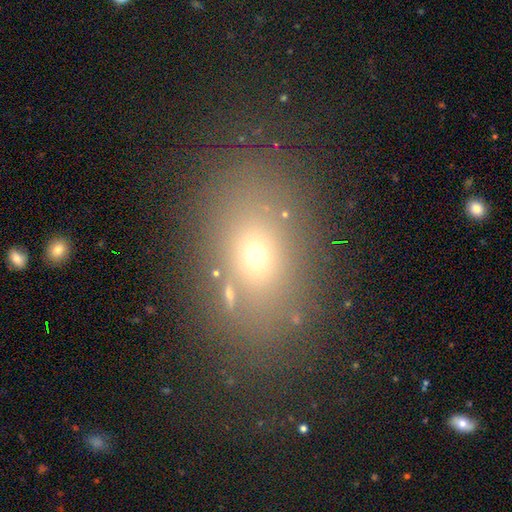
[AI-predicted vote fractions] Smooth or featured? Predicted: smooth (p=0.63). How rounded? Predicted: in between (p=0.74). Merging? Predicted: none (p=0.74).